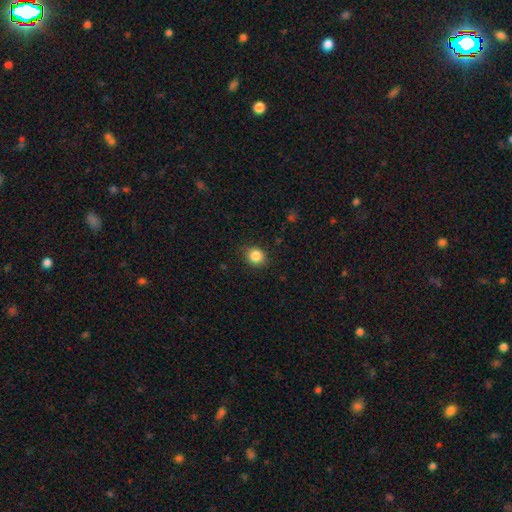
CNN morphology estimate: This is clearly a smooth galaxy (86%). How rounded: clearly round (84%). Merging: clearly none (87%).